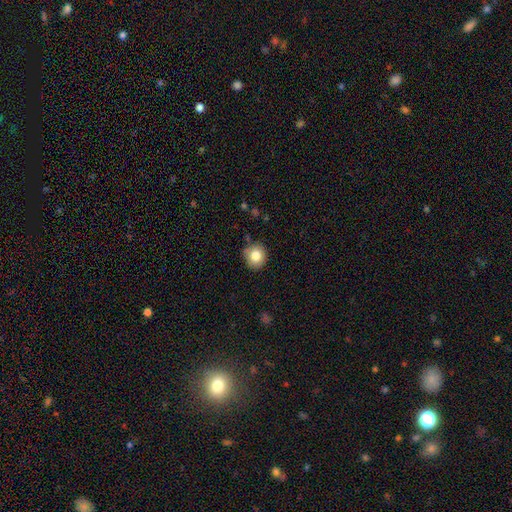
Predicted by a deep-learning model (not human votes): Smooth or featured? Predicted: smooth (p=0.81). How rounded? Predicted: round (p=0.87). Merging? Predicted: none (p=0.84).